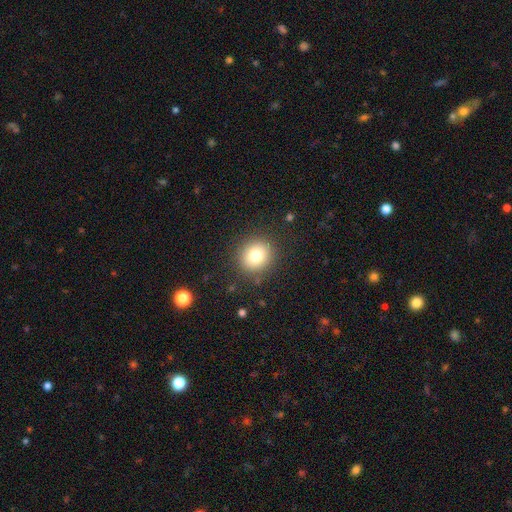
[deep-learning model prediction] A smooth galaxy with no disk features (78%) that is round (87%). Merging: none (88%).